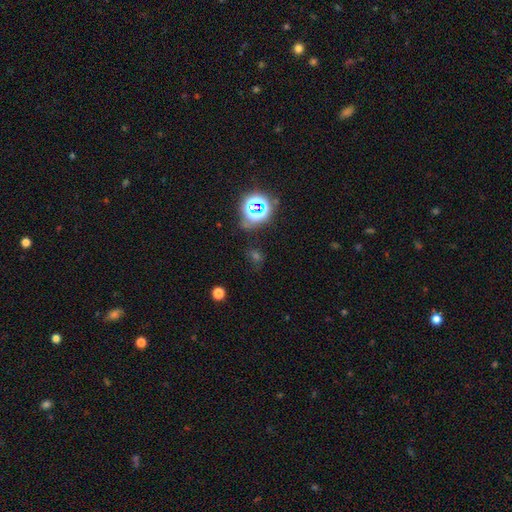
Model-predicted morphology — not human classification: smooth-or-featured: star or artifact: 58% | smooth: 31% | featured or disk: 11%